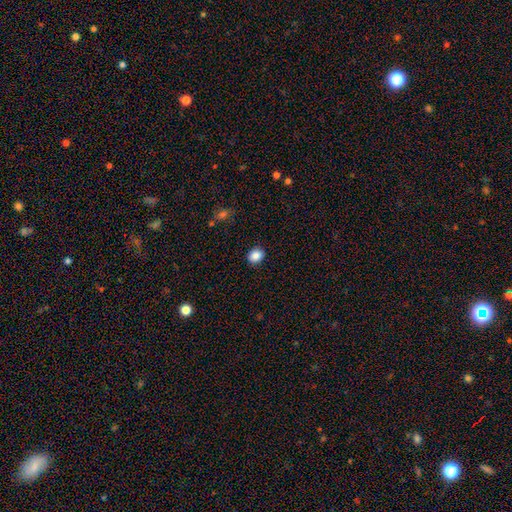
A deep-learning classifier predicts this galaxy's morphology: Smooth or featured? smooth (86%)
How rounded? round (57%)
Merging? none (90%)